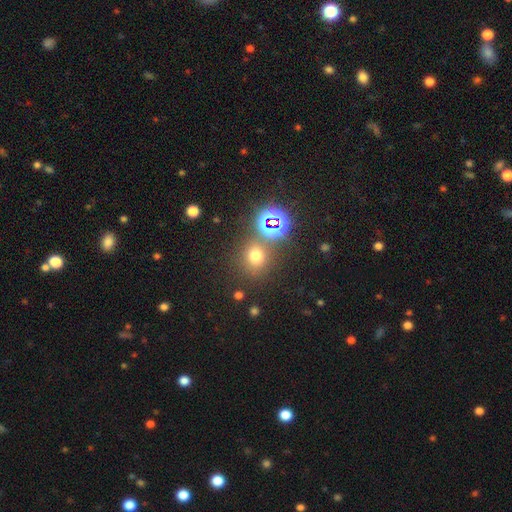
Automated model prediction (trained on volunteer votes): This appears to be a smooth galaxy with no disk features (63%) that is round (82%). Merging: none (73%).